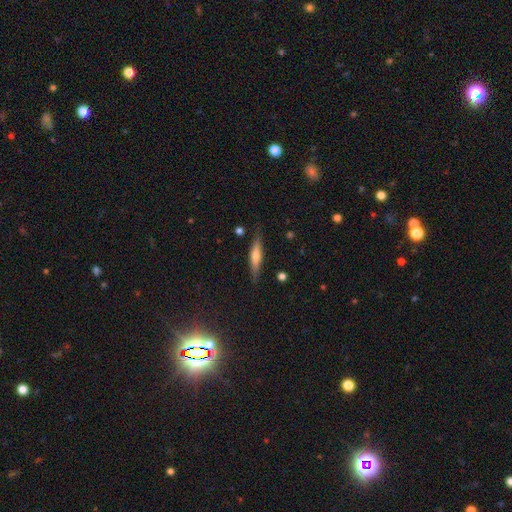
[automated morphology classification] Q: Smooth or featured?
A: featured or disk (47%); runner-up: smooth (46%)
Q: Merging?
A: none (84%); runner-up: minor disturbance (12%)